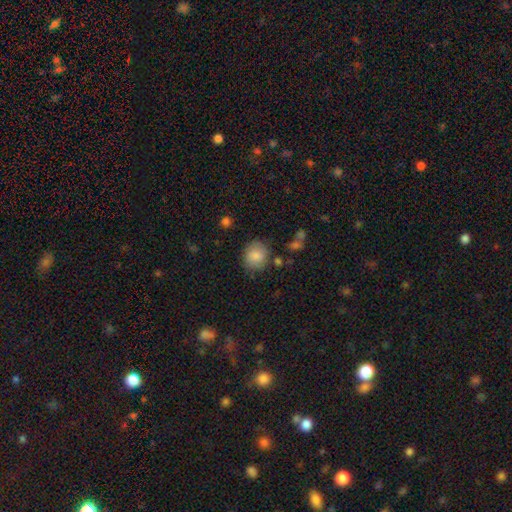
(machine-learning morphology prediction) Smooth or featured: smooth — 84% (star or artifact — 8%)
How rounded: round — 79% (in between — 20%)
Merging: none — 77% (minor disturbance — 15%)